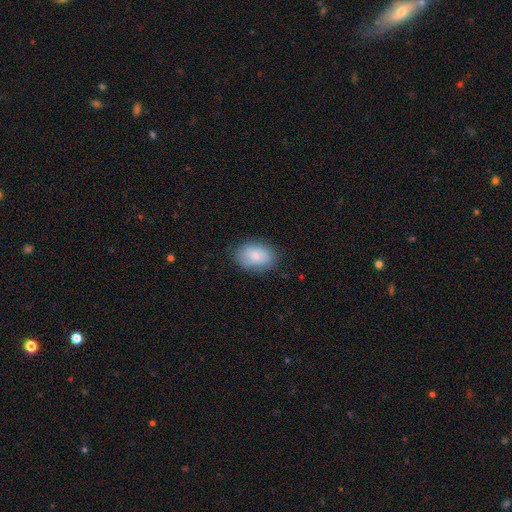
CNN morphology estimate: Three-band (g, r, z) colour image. It shows a smooth galaxy with no disk features (82%) that is in between round and cigar-shaped (84%). Merging: none (80%).